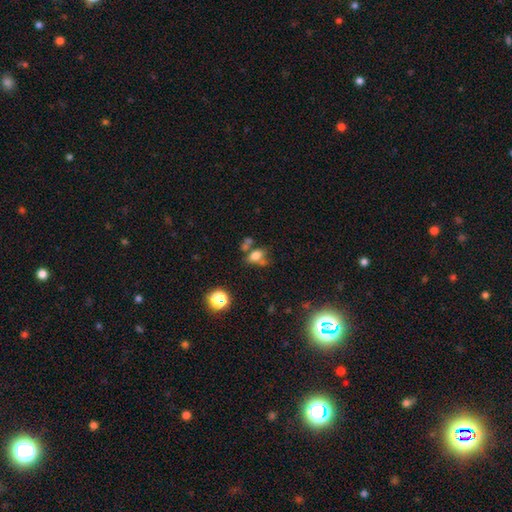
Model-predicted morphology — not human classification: smooth_or_featured: smooth (p=0.65) [alt: star or artifact p=0.18]
how_rounded: in between (p=0.73) [alt: round p=0.23]
merging: none (p=0.41) [alt: merger p=0.27]